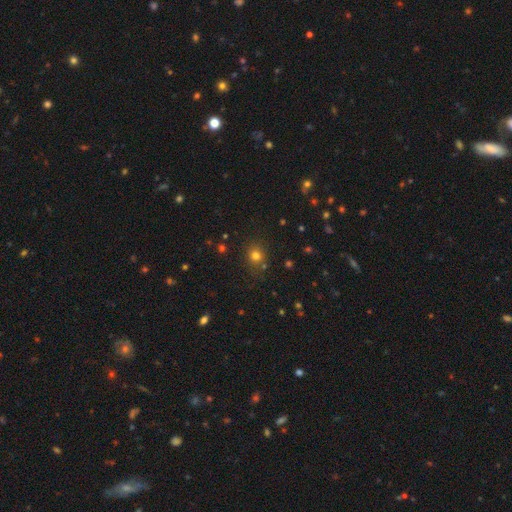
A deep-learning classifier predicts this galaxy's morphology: The model was most divided on "smooth or featured": smooth: 74%, star or artifact: 19%, featured or disk: 7%. More confident: how rounded — round (82%); merging — none (81%).